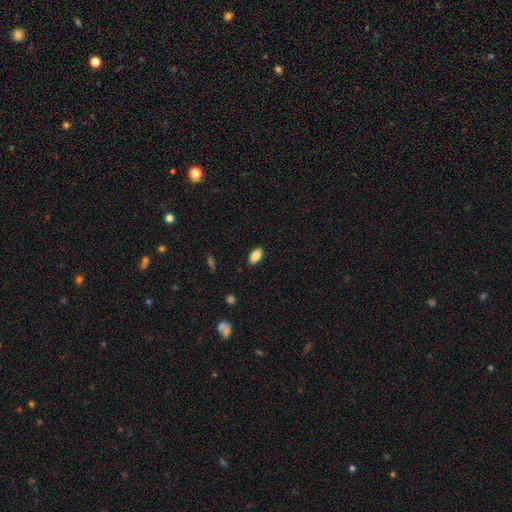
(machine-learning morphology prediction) smooth 86%, star or artifact 7%, featured or disk 7%. Down the decision tree: how rounded — in between (91%); merging — none (88%).